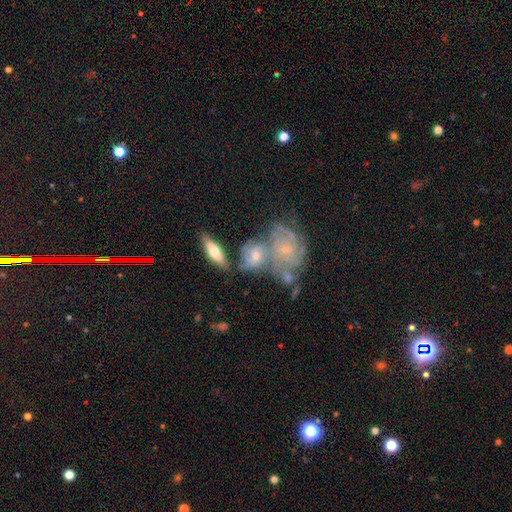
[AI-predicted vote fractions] smooth_or_featured: featured or disk (p=0.65) [alt: smooth p=0.26]
disk_edge_on: no (p=0.93) [alt: yes p=0.07]
bar: no (p=0.67) [alt: weak p=0.27]
has_spiral_arms: yes (p=0.86) [alt: no p=0.14]
spiral_winding: tight (p=0.63) [alt: medium p=0.29]
spiral_arm_count: can't tell (p=0.35) [alt: 3 p=0.26]
bulge_size: small (p=0.68) [alt: moderate p=0.25]
merging: merger (p=0.40) [alt: none p=0.37]